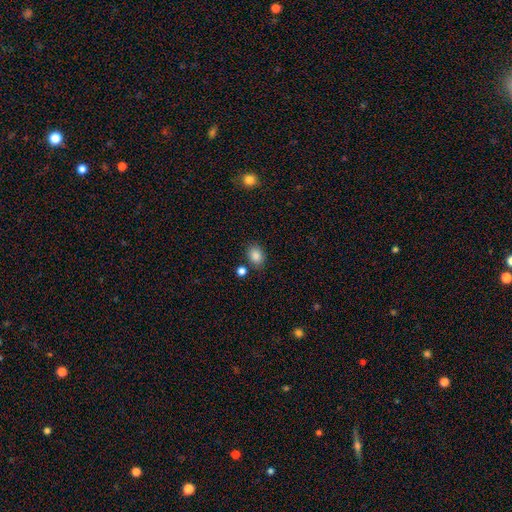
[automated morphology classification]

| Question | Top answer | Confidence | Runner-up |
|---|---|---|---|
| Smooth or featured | smooth | 86% | star or artifact (9%) |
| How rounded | in between | 59% | round (40%) |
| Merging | none | 78% | minor disturbance (12%) |